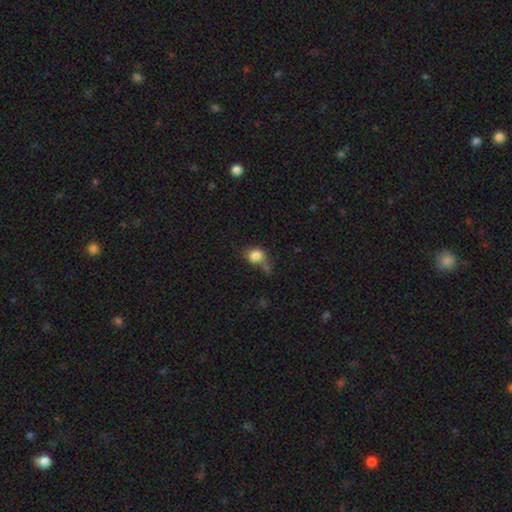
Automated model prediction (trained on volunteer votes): This is clearly a smooth galaxy (83%). How rounded: likely round (64%). Merging: possibly none (46%).